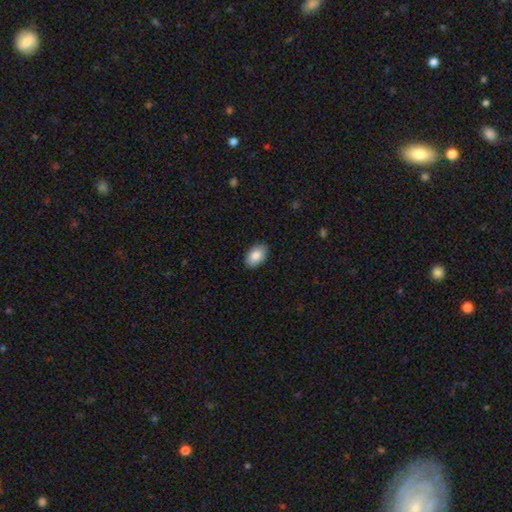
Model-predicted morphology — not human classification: Smooth or featured?
  - smooth: 87% *
  - featured or disk: 6%
  - star or artifact: 6%
How rounded?
  - in between: 93% *
  - round: 6%
  - cigar-shaped: 1%
Merging?
  - none: 89% *
  - minor disturbance: 8%
  - major disturbance: 2%
  - merger: 1%